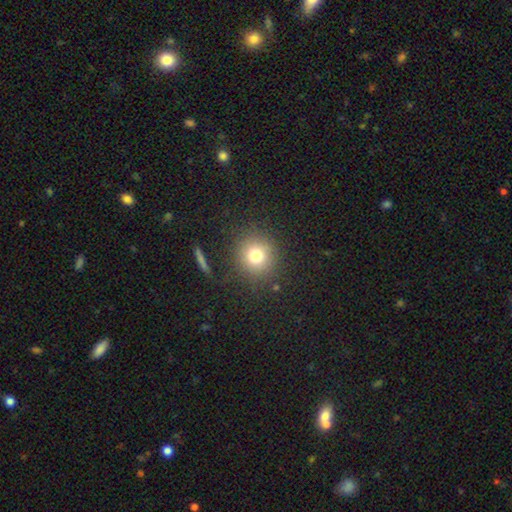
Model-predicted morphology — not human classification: Q: Smooth or featured?
A: smooth (76%); runner-up: star or artifact (15%)
Q: How rounded?
A: round (91%); runner-up: in between (8%)
Q: Merging?
A: none (86%); runner-up: minor disturbance (8%)